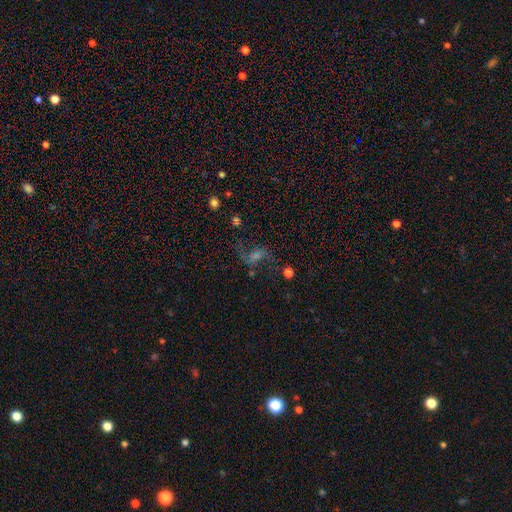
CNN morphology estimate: This is possibly a featured or disk galaxy (60%). It is clearly not viewed edge-on (95%). Bar: possibly no (45%). Spiral arm pattern: clearly yes (87%). Central bulge: marginally small (37%). Merging: likely none (61%).